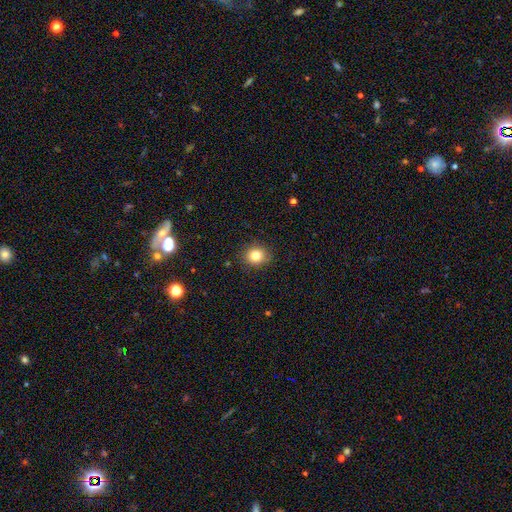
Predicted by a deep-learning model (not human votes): Smooth or featured? smooth (81%)
How rounded? round (75%)
Merging? none (88%)